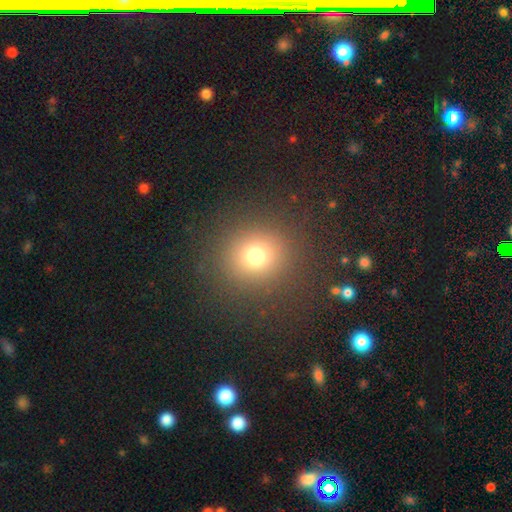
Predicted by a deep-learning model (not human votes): The model was most divided on "smooth or featured": smooth: 73%, star or artifact: 19%, featured or disk: 8%. More confident: how rounded — round (90%); merging — none (87%).